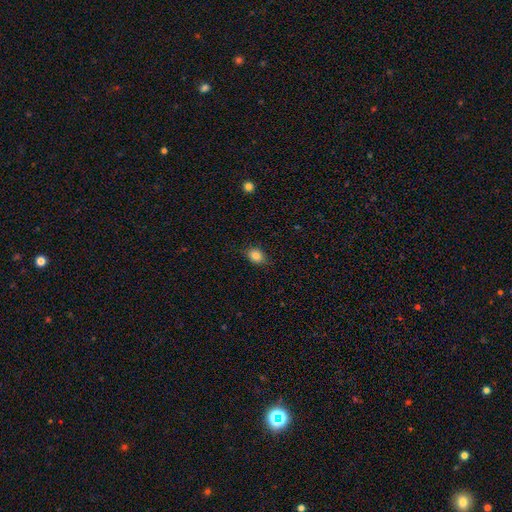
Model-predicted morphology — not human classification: type=smooth (84%); roundness=in between (52%); merging=none (81%).